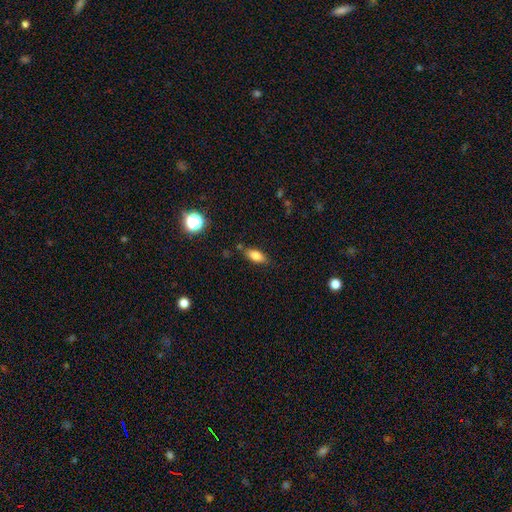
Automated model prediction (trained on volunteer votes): A smooth galaxy with no disk features (80%) that is in between round and cigar-shaped (83%).

Vote fractions:
- Smooth or featured? smooth: 80% / featured or disk: 11% / star or artifact: 9%
- How rounded? in between: 83% / cigar-shaped: 12% / round: 4%
- Merging? none: 79% / minor disturbance: 14% / merger: 4% / major disturbance: 3%